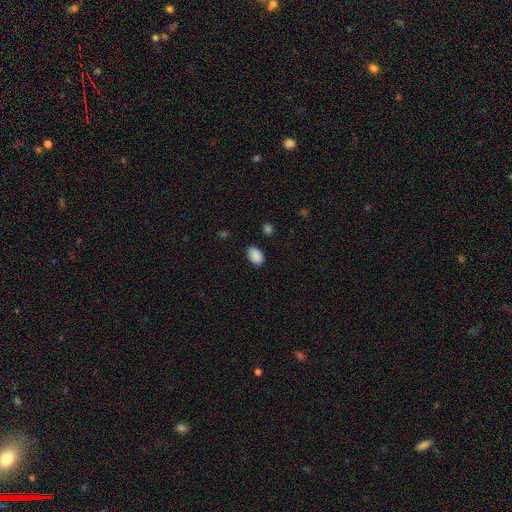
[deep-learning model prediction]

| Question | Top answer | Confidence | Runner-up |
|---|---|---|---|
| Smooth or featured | smooth | 90% | star or artifact (7%) |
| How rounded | in between | 88% | round (11%) |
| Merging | none | 85% | minor disturbance (11%) |